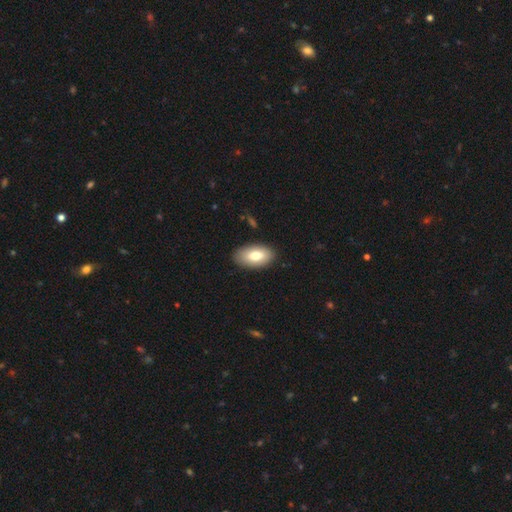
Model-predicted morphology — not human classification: The model was most divided on "smooth or featured": smooth: 78%, featured or disk: 16%, star or artifact: 6%. More confident: how rounded — in between (94%); merging — none (88%).